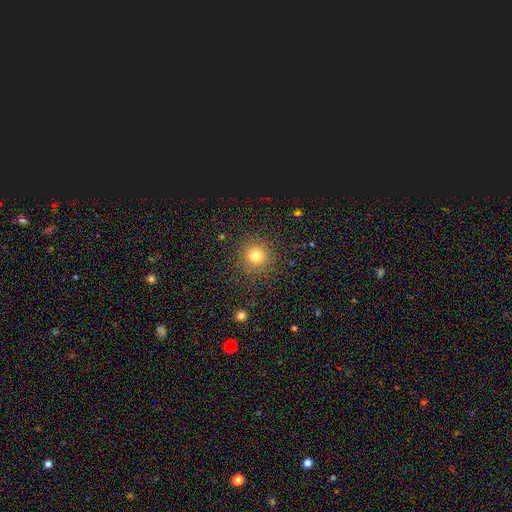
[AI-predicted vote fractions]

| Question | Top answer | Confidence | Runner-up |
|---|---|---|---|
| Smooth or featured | smooth | 78% | star or artifact (16%) |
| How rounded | round | 93% | in between (6%) |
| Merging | none | 89% | minor disturbance (7%) |